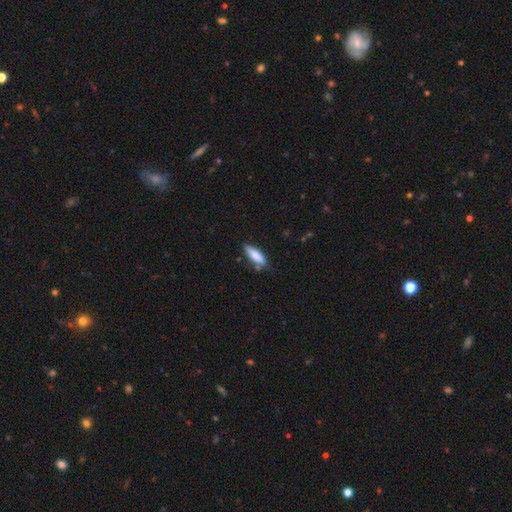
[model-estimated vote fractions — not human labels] Smooth or featured: smooth — 78% (featured or disk — 16%)
How rounded: cigar-shaped — 54% (in between — 45%)
Merging: none — 73% (minor disturbance — 20%)